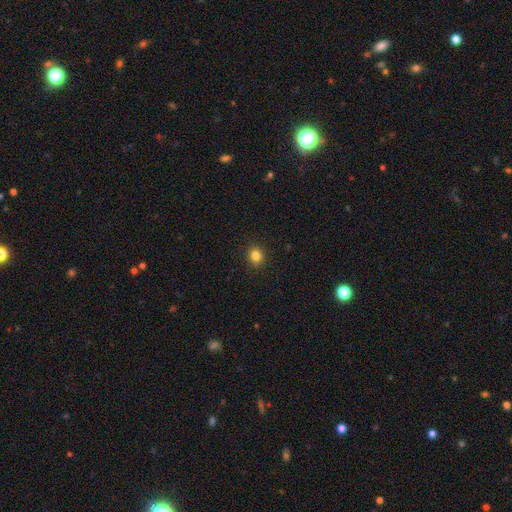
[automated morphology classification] smooth 83%, star or artifact 12%, featured or disk 5%. Down the decision tree: how rounded — round (83%); merging — none (92%).